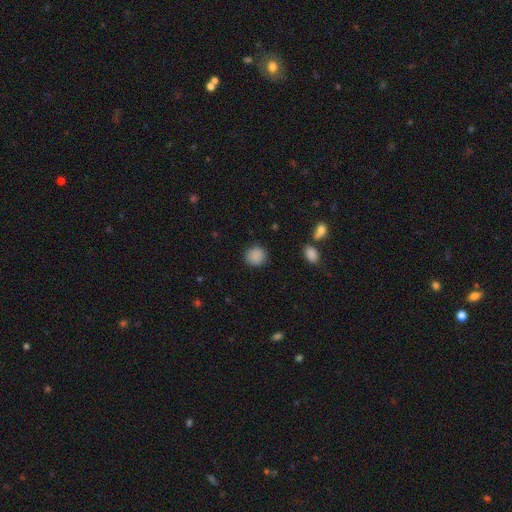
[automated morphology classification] smooth 87%, star or artifact 9%, featured or disk 4%. Down the decision tree: how rounded — round (87%); merging — none (86%).